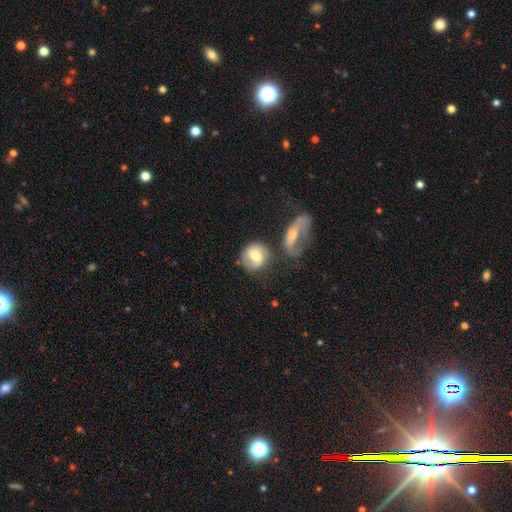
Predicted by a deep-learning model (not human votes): smooth_or_featured: featured or disk (p=0.47) [alt: smooth p=0.46]
merging: none (p=0.48) [alt: merger p=0.23]